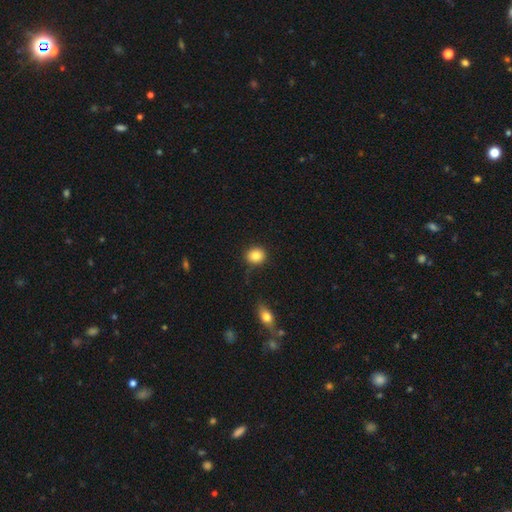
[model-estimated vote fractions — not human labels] A smooth galaxy with no disk features (86%) that is round (79%).

Vote fractions:
- Smooth or featured? smooth: 86% / star or artifact: 9% / featured or disk: 5%
- How rounded? round: 79% / in between: 19% / cigar-shaped: 1%
- Merging? none: 86% / minor disturbance: 9% / major disturbance: 3% / merger: 2%